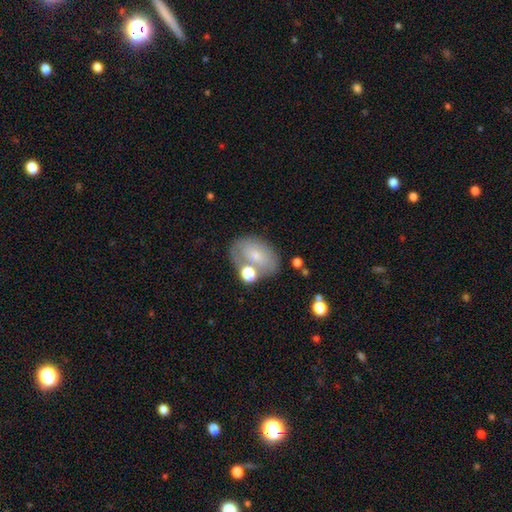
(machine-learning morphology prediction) Overall: smooth (61%; featured or disk 31%). How rounded: in between (82%). Merging: none (52%; minor disturbance 20%).